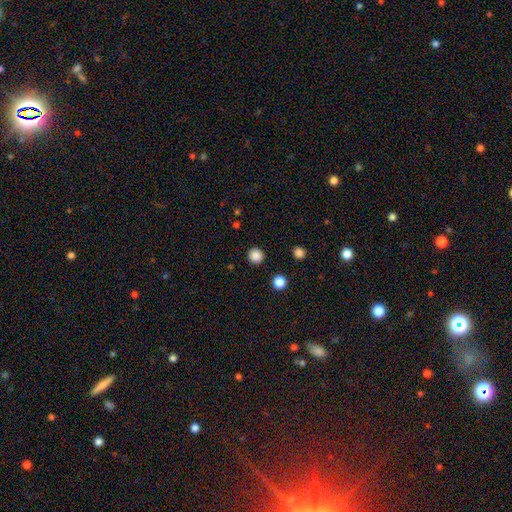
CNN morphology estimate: Smooth or featured?
  - smooth: 86% *
  - star or artifact: 11%
  - featured or disk: 3%
How rounded?
  - round: 95% *
  - in between: 4%
  - cigar-shaped: 1%
Merging?
  - none: 92% *
  - minor disturbance: 5%
  - major disturbance: 2%
  - merger: 1%